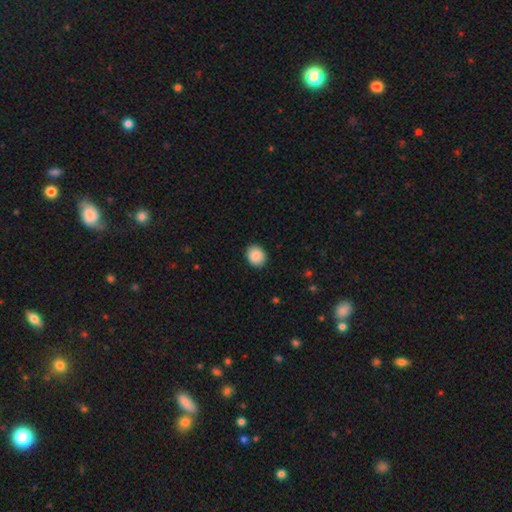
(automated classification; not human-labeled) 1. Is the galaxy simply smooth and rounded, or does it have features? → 89% smooth, 7% star or artifact, 3% featured or disk.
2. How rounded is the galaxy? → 59% round, 41% in between, 1% cigar-shaped.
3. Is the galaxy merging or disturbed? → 89% none, 8% minor disturbance, 2% major disturbance, 1% merger.